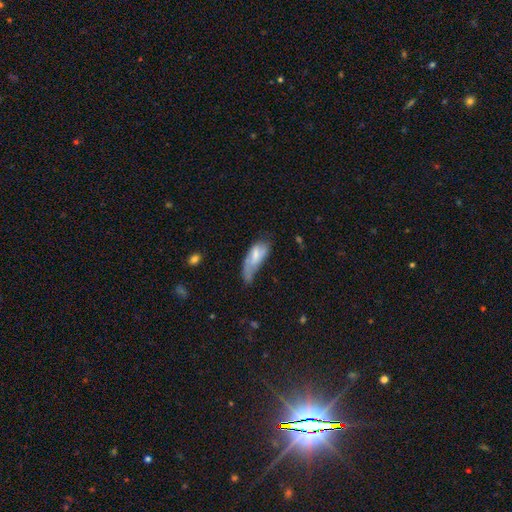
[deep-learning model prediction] A smooth galaxy with no disk features (64%) that is in between round and cigar-shaped (77%).

Vote fractions:
- Smooth or featured? smooth: 64% / featured or disk: 29% / star or artifact: 7%
- How rounded? in between: 77% / cigar-shaped: 21% / round: 3%
- Merging? minor disturbance: 36% / major disturbance: 35% / none: 21% / merger: 7%